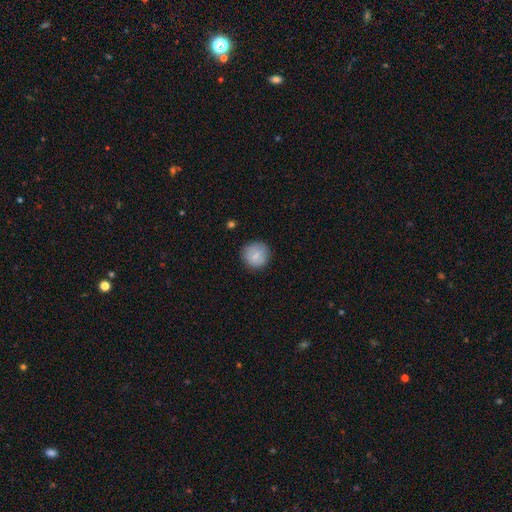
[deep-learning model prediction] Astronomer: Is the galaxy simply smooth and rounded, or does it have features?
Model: smooth — 80%.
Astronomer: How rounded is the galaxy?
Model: round — 93%.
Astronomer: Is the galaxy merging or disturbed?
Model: none — 86%.